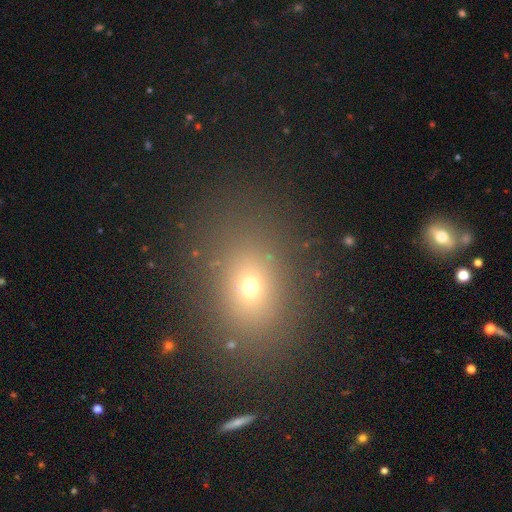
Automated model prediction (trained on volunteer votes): A smooth galaxy with no disk features (64%) that is in between round and cigar-shaped (56%). Merging: none (84%).